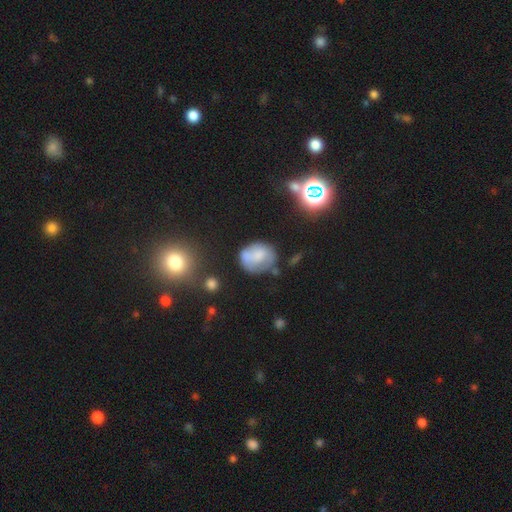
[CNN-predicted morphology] Smooth or featured: smooth — 59% (featured or disk — 30%)
How rounded: round — 63% (in between — 36%)
Merging: none — 46% (minor disturbance — 28%)